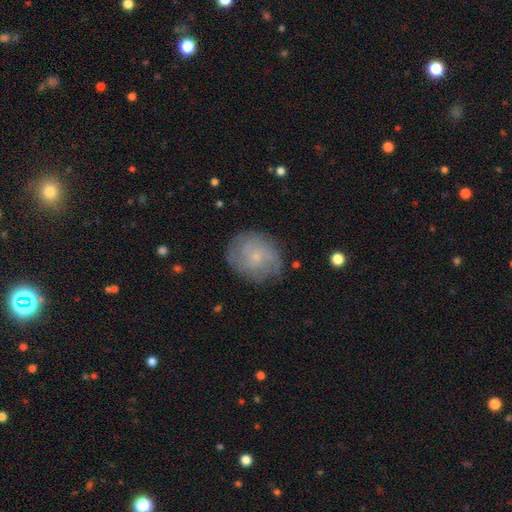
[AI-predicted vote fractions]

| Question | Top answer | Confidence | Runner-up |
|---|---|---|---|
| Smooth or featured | featured or disk | 63% | smooth (29%) |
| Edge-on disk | no | 97% | yes (3%) |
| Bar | no | 76% | weak (21%) |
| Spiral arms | yes | 89% | no (11%) |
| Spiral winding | tight | 52% | medium (36%) |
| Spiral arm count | can't tell | 40% | 2 (20%) |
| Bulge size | small | 81% | moderate (11%) |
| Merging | none | 76% | minor disturbance (17%) |